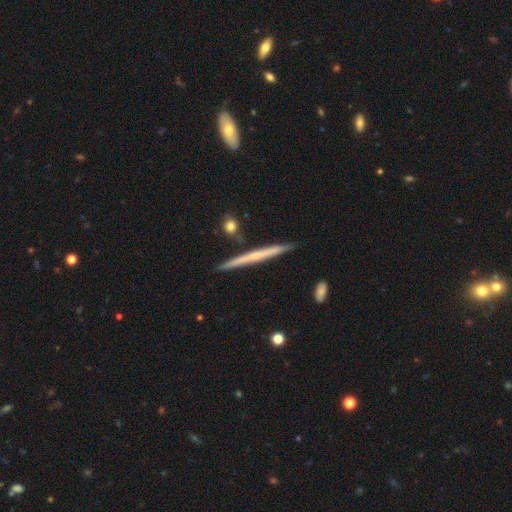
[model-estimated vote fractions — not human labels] Smooth or featured?
  - featured or disk: 59% *
  - smooth: 35%
  - star or artifact: 6%
Edge-on disk?
  - yes: 97% *
  - no: 3%
Edge-on bulge?
  - none: 74% *
  - rounded: 21%
  - boxy: 4%
Merging?
  - none: 88% *
  - minor disturbance: 8%
  - merger: 3%
  - major disturbance: 1%